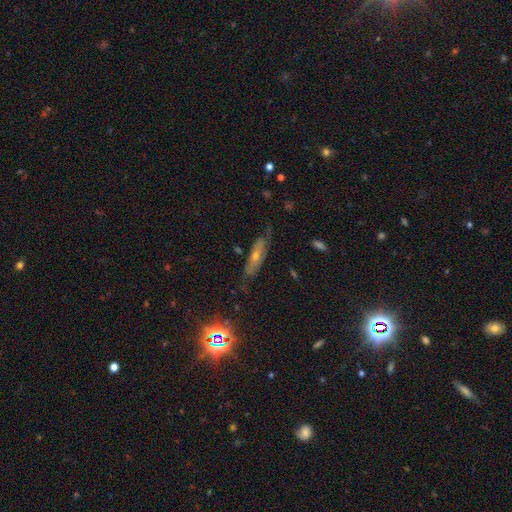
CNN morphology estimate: This appears to be a featured or disk galaxy (54%). Merging: none (69%).